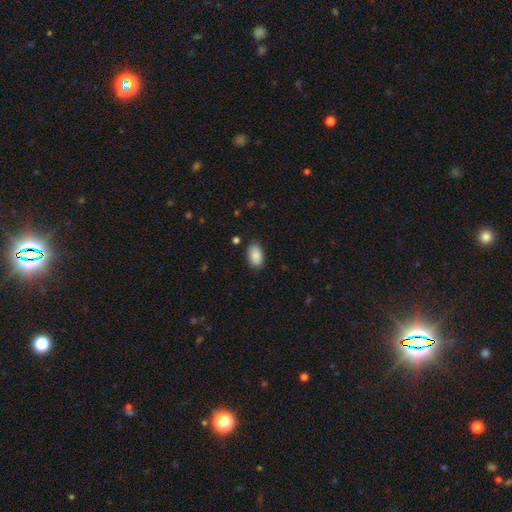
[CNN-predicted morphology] This appears to be a smooth galaxy with no disk features (89%) that is in between round and cigar-shaped (93%). Merging: none (85%).